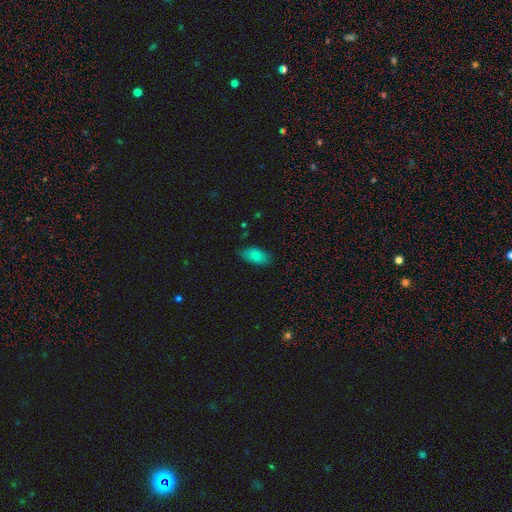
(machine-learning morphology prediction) Overall: smooth (79%). How rounded: in between (92%). Merging: none (81%).